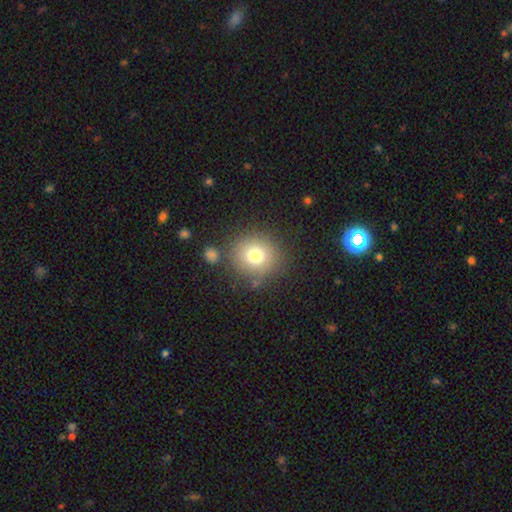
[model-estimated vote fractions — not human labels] This appears to be a smooth galaxy with no disk features (76%) that is round (87%). Merging: none (77%).